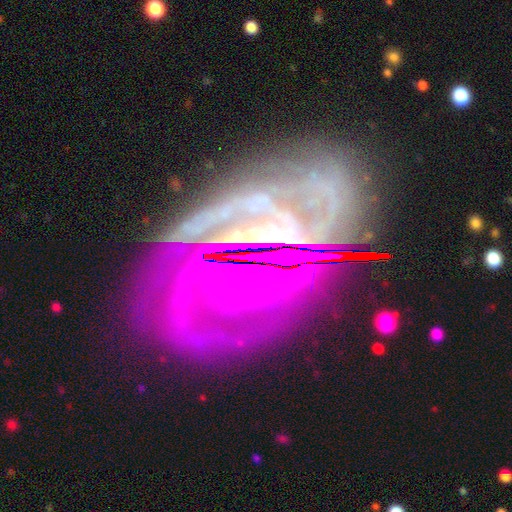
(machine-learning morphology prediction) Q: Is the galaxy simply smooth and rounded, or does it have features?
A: featured or disk — 85%.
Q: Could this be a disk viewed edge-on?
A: no — 96%.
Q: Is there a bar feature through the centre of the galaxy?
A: strong — 34%.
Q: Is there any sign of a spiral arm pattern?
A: yes — 95%.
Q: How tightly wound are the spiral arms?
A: tight — 67%.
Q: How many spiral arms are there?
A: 2 — 23%.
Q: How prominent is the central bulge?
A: small — 43%.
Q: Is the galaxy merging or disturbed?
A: none — 71%.